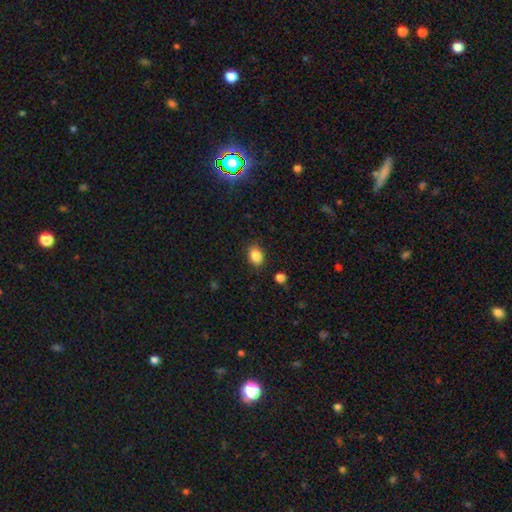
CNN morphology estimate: The model was most divided on "how rounded": in between: 62%, round: 37%, cigar-shaped: 1%. More confident: smooth or featured — smooth (86%); merging — none (85%).